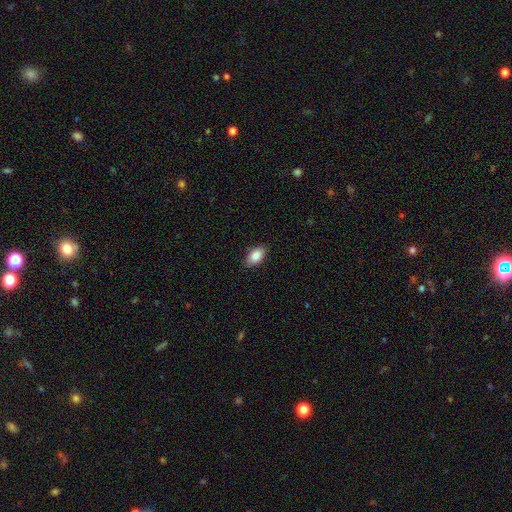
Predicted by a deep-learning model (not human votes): This is clearly a smooth galaxy (86%). How rounded: clearly in between (92%). Merging: clearly none (87%).